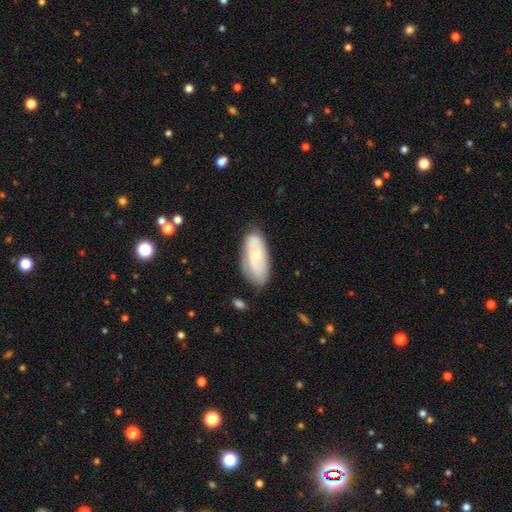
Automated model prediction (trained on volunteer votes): smooth-or-featured: smooth: 48% | featured or disk: 45% | star or artifact: 7%
  merging: none: 72% | minor disturbance: 21% | major disturbance: 5% | merger: 3%